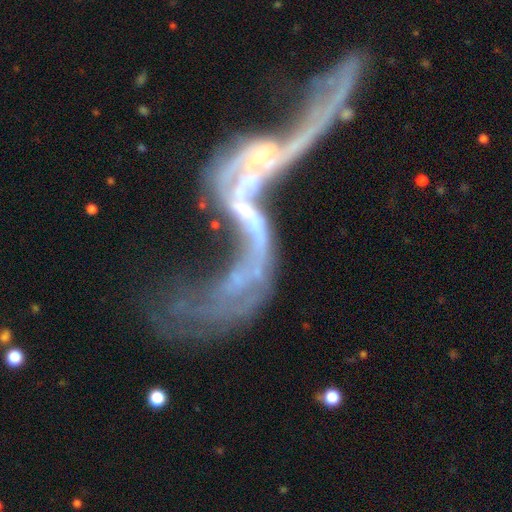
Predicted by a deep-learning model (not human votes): Smooth or featured?
  - featured or disk: 79% *
  - star or artifact: 12%
  - smooth: 9%
Edge-on disk?
  - no: 90% *
  - yes: 10%
Bar?
  - no: 62% *
  - weak: 25%
  - strong: 13%
Spiral arms?
  - yes: 65% *
  - no: 35%
Bulge size?
  - small: 46% *
  - none: 30%
  - moderate: 19%
  - large: 3%
  - dominant: 2%
Merging?
  - merger: 64% *
  - major disturbance: 24%
  - none: 8%
  - minor disturbance: 5%